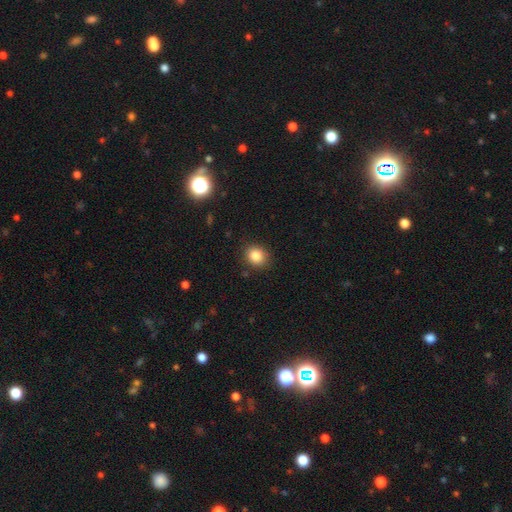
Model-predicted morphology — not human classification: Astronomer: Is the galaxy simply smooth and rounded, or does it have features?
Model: smooth — 86%.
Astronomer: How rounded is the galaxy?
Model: round — 68%.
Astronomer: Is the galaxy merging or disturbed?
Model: none — 86%.